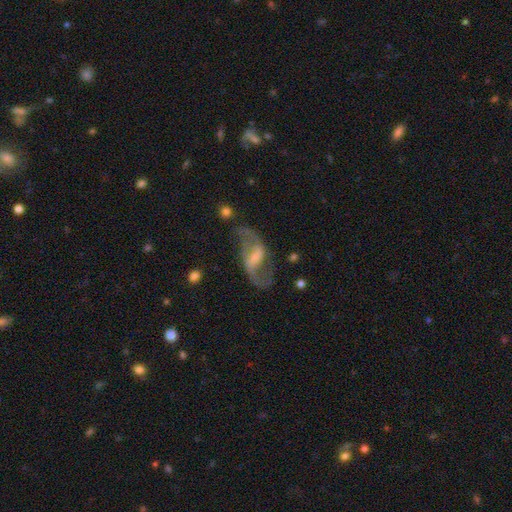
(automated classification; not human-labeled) The model was most divided on "bulge size": small: 34%, none: 29%, moderate: 27%, large: 8%, dominant: 2%. Remaining: edge-on disk — no (96%); spiral arms — yes (94%); spiral arm count — 2 (92%); smooth or featured — featured or disk (86%); merging — none (68%); spiral winding — loose (62%); bar — weak (46%).